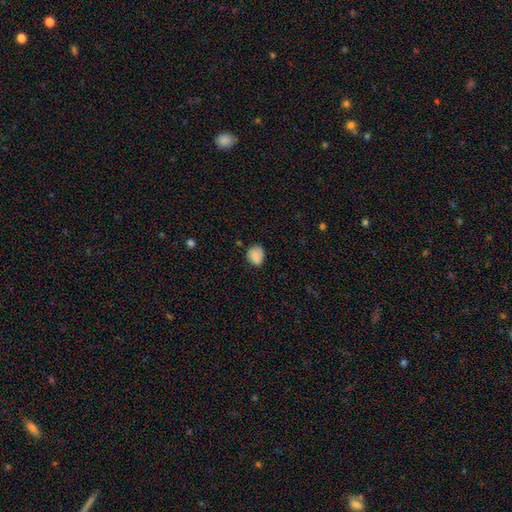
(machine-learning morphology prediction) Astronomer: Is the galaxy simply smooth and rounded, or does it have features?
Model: smooth — 84%.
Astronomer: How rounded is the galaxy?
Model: round — 61% (runner-up: in between, 38%).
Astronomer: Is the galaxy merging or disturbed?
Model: none — 74%.